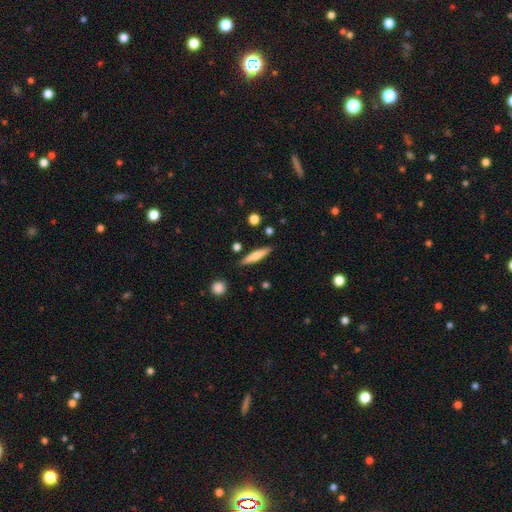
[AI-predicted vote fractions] Smooth or featured? smooth (65%)
How rounded? cigar-shaped (83%)
Merging? none (85%)